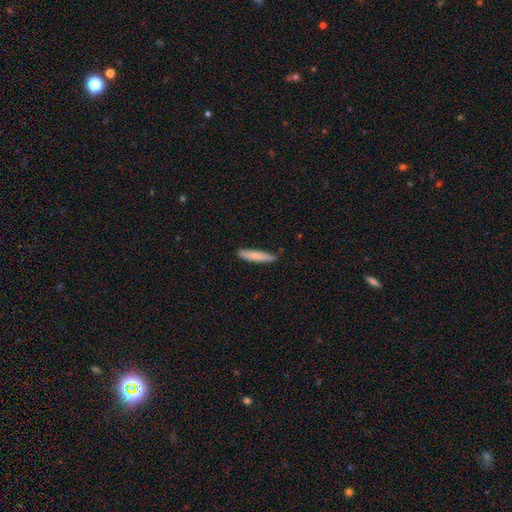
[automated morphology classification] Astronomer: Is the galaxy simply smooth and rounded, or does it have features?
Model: smooth — 79%.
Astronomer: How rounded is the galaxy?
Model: cigar-shaped — 88%.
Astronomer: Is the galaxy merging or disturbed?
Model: none — 87%.